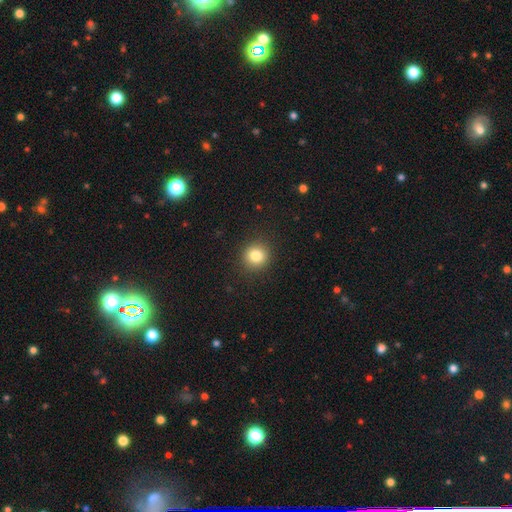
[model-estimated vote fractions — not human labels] smooth-or-featured: smooth: 83% | star or artifact: 11% | featured or disk: 6%
  how-rounded: round: 89% | in between: 10% | cigar-shaped: 1%
  merging: none: 90% | minor disturbance: 6% | major disturbance: 2% | merger: 1%